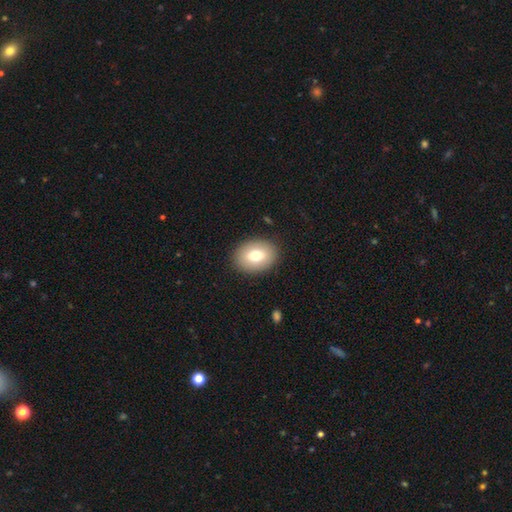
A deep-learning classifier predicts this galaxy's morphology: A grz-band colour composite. It shows a smooth galaxy with no disk features (75%) that is in between round and cigar-shaped (69%). Merging: none (88%).